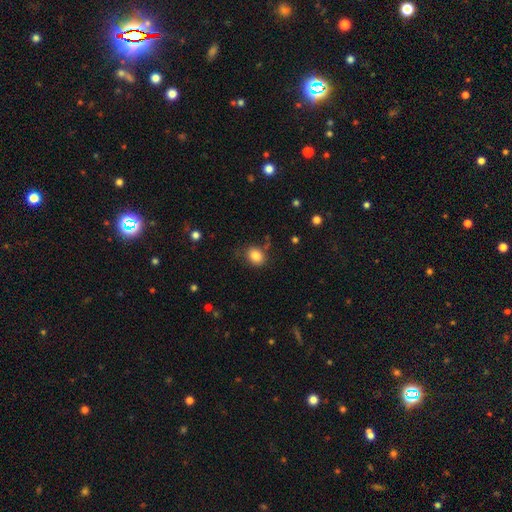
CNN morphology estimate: Smooth or featured? smooth (84%)
How rounded? round (50%)
Merging? none (73%)